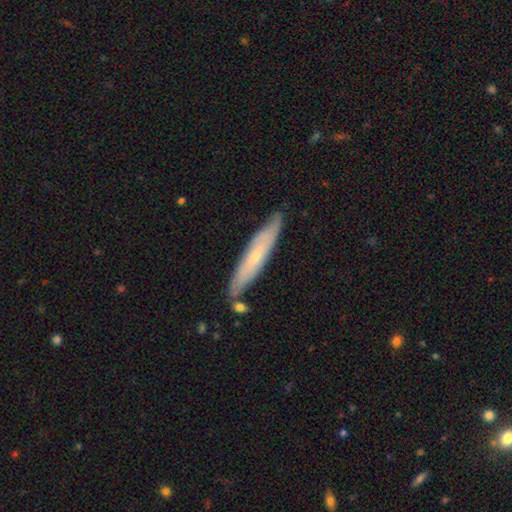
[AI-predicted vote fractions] The model was most divided on "smooth or featured": featured or disk: 49%, smooth: 46%, star or artifact: 6%. More confident: merging — none (79%).